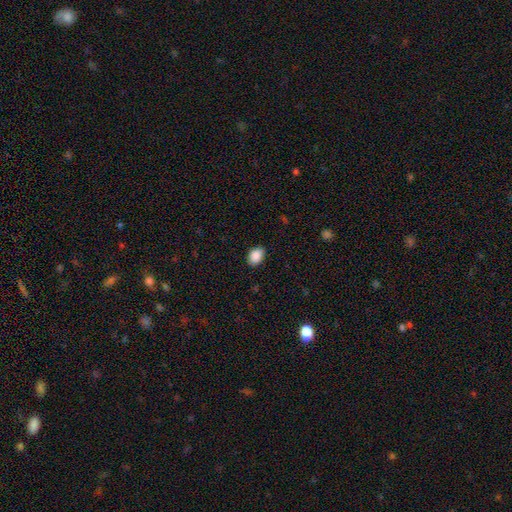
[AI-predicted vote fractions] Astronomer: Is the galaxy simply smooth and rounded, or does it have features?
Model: smooth — 89%.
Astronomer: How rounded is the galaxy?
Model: in between — 75%.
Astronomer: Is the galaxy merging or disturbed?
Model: none — 86%.